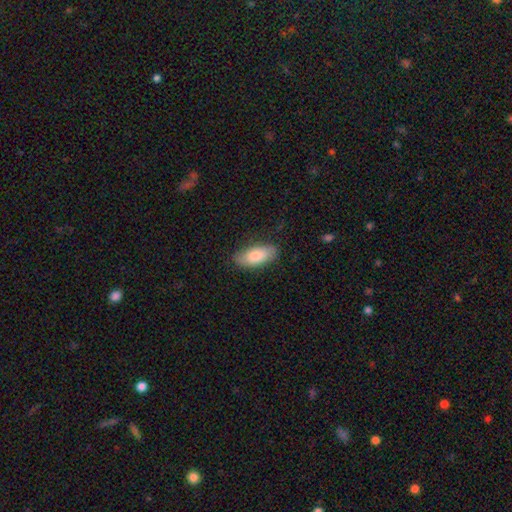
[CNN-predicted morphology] type=smooth (77%); roundness=in between (89%); merging=none (81%).